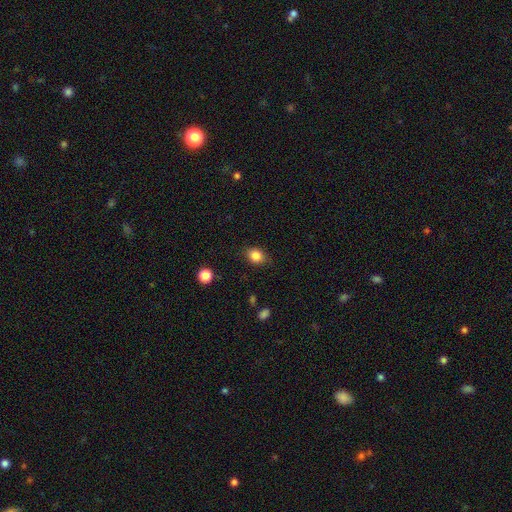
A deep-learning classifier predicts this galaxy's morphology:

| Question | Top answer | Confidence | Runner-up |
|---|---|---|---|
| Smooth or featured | smooth | 85% | star or artifact (10%) |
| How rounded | in between | 51% | round (48%) |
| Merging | none | 82% | minor disturbance (14%) |